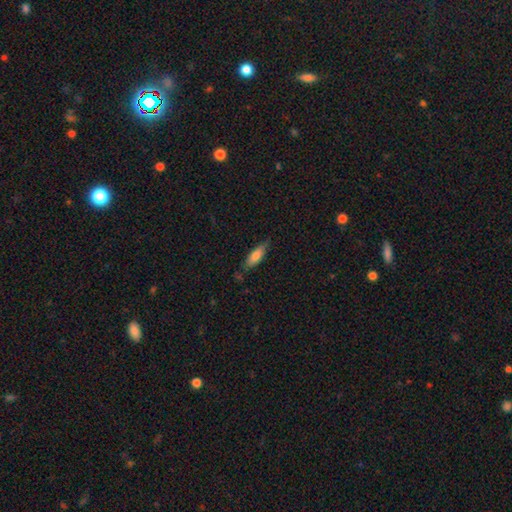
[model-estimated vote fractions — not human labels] This is likely a smooth galaxy (77%). How rounded: possibly in between (53%). Merging: likely none (72%).